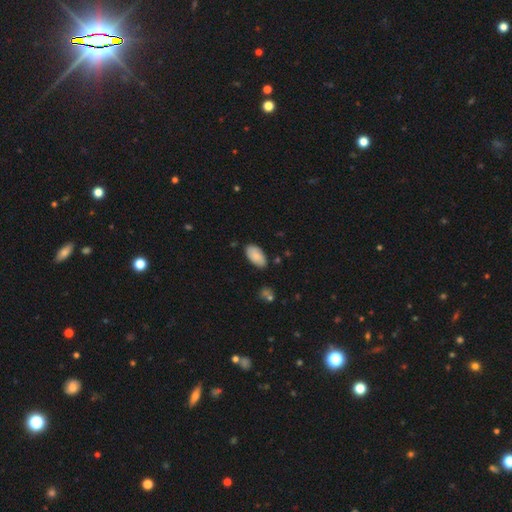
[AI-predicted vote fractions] The model was most divided on "merging": none: 81%, minor disturbance: 14%, major disturbance: 3%, merger: 2%. More confident: how rounded — in between (95%); smooth or featured — smooth (85%).